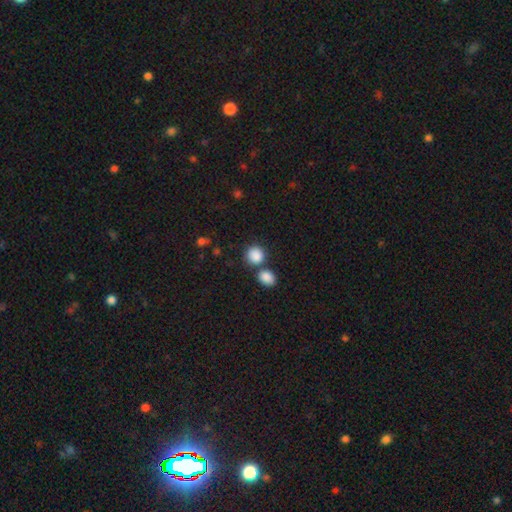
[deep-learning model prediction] Smooth or featured?
  - smooth: 87% *
  - star or artifact: 9%
  - featured or disk: 4%
How rounded?
  - round: 82% *
  - in between: 17%
  - cigar-shaped: 1%
Merging?
  - none: 61% *
  - merger: 27%
  - minor disturbance: 9%
  - major disturbance: 3%